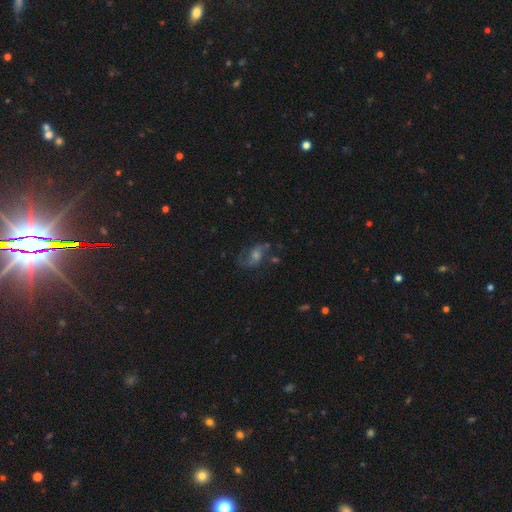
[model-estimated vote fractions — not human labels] This is likely a featured or disk galaxy (65%). It is clearly not viewed edge-on (94%). Bar: possibly no (53%). Spiral arm pattern: clearly yes (87%). Spiral arm count: clearly 2 (82%). Spiral winding: possibly loose (53%). Central bulge: possibly moderate (47%). Merging: likely none (63%).